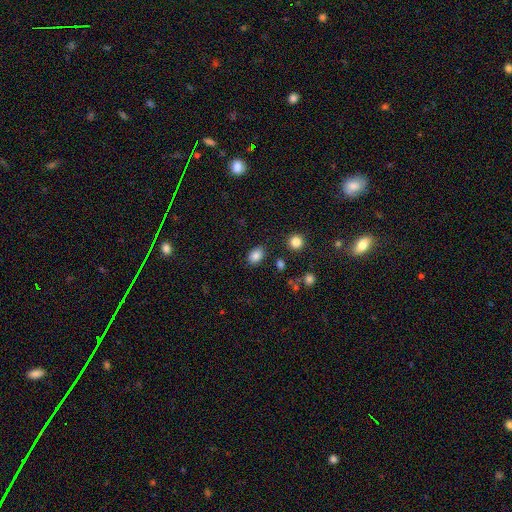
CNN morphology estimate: Q: Smooth or featured?
A: smooth (85%); runner-up: star or artifact (10%)
Q: How rounded?
A: in between (75%); runner-up: round (23%)
Q: Merging?
A: none (83%); runner-up: minor disturbance (11%)